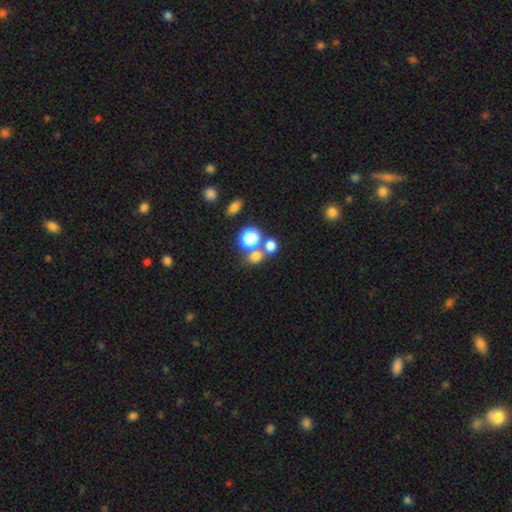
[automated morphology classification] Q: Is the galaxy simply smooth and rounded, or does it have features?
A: smooth — 71%.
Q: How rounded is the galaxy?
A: round — 71%.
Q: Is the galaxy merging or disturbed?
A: none — 52%.